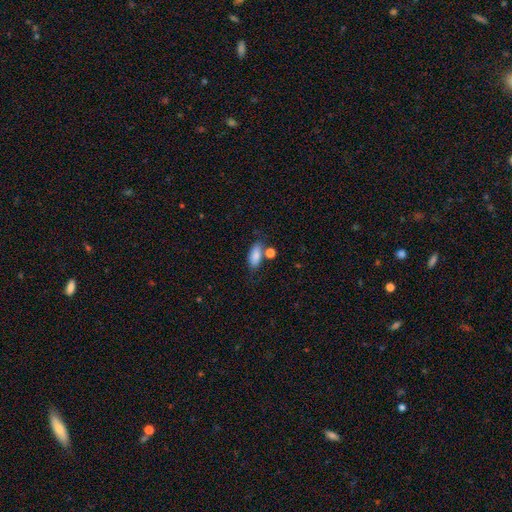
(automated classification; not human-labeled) The model was most divided on "merging": none: 61%, merger: 17%, minor disturbance: 16%, major disturbance: 6%. More confident: how rounded — in between (86%); smooth or featured — smooth (85%).